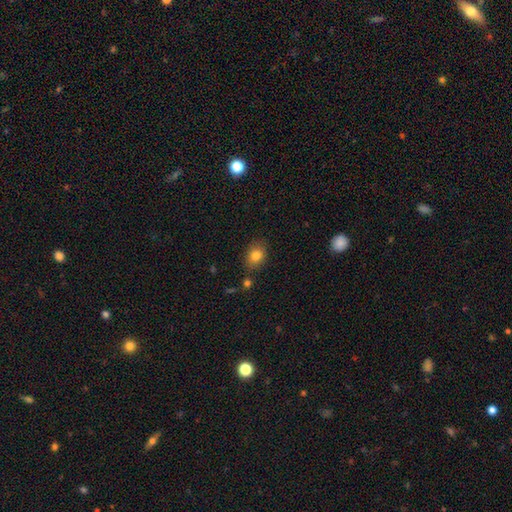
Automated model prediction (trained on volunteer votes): Smooth or featured: smooth — 81% (star or artifact — 10%)
How rounded: in between — 62% (round — 37%)
Merging: none — 78% (minor disturbance — 14%)